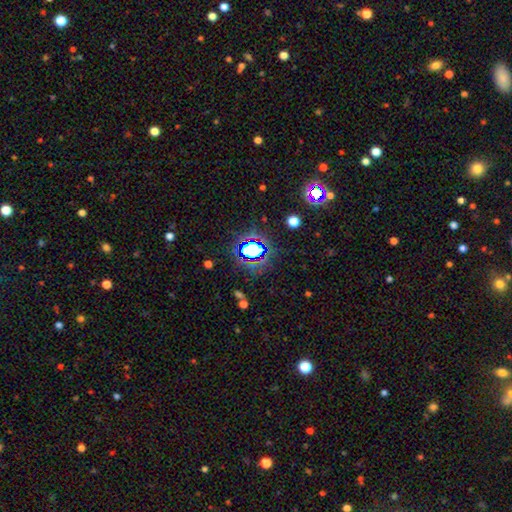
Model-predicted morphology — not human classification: A star or artifact, not a galaxy (72%).